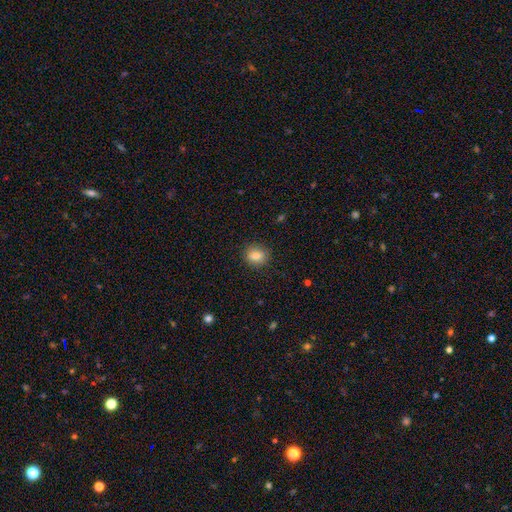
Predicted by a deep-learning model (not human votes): smooth-or-featured: smooth: 84% | star or artifact: 10% | featured or disk: 6%
  how-rounded: round: 69% | in between: 30% | cigar-shaped: 1%
  merging: none: 89% | minor disturbance: 8% | major disturbance: 2% | merger: 1%